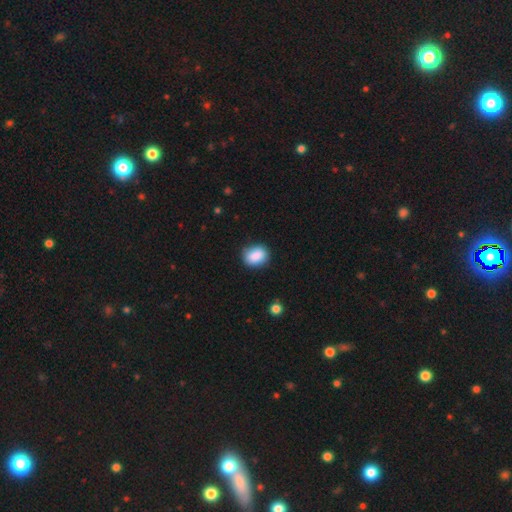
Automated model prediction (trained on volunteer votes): Smooth or featured?
  - smooth: 88% *
  - star or artifact: 8%
  - featured or disk: 4%
How rounded?
  - in between: 59% *
  - round: 40%
  - cigar-shaped: 1%
Merging?
  - none: 82% *
  - minor disturbance: 13%
  - major disturbance: 3%
  - merger: 1%